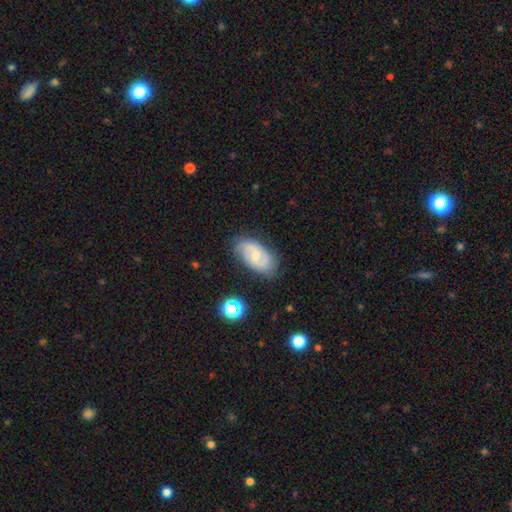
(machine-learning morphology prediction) Smooth or featured? featured or disk (70%)
Edge-on disk? no (95%)
Bar? no (46%, tied with weak)
Spiral arms? yes (90%)
Spiral winding? medium (46%)
Spiral arm count? 2 (77%)
Bulge size? small (50%)
Merging? none (76%)